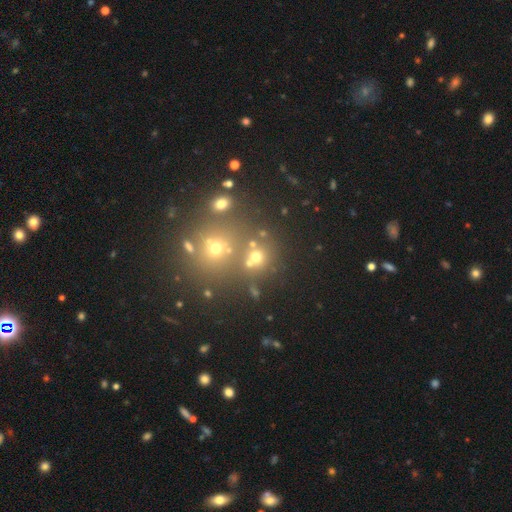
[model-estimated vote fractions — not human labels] A smooth galaxy with no disk features (62%) that is round (81%). Merging: none (60%).